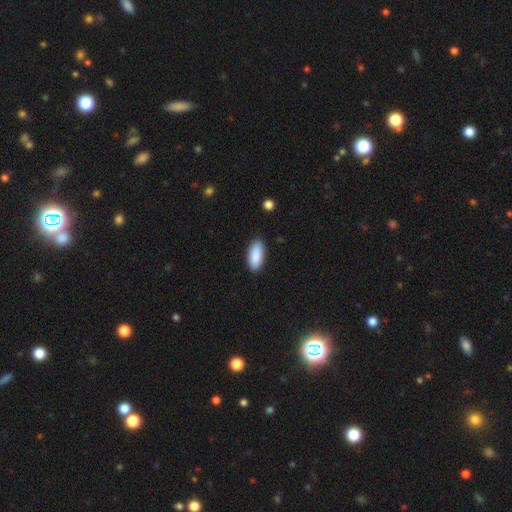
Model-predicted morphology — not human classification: smooth_or_featured: smooth (p=0.90) [alt: star or artifact p=0.06]
how_rounded: in between (p=0.88) [alt: cigar-shaped p=0.11]
merging: none (p=0.87) [alt: minor disturbance p=0.10]